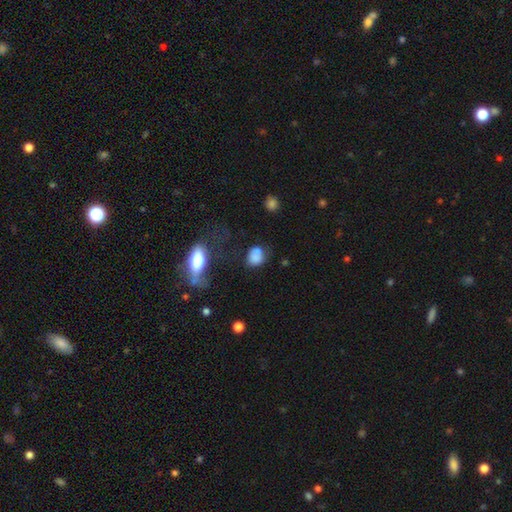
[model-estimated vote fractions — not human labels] A smooth galaxy with no disk features (75%) that is round (58%).

Vote fractions:
- Smooth or featured? smooth: 75% / star or artifact: 13% / featured or disk: 12%
- How rounded? round: 58% / in between: 41% / cigar-shaped: 2%
- Merging? none: 45% / minor disturbance: 22% / merger: 21% / major disturbance: 12%